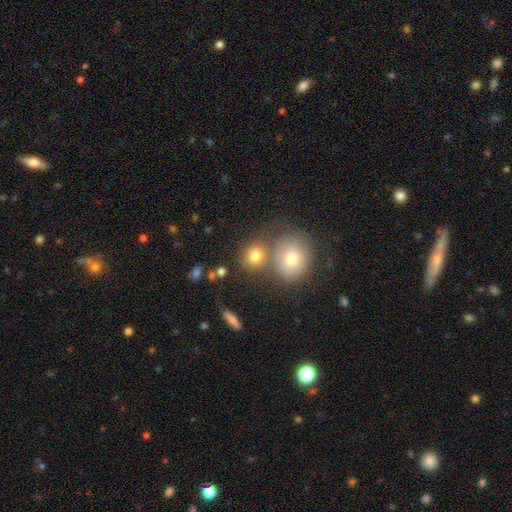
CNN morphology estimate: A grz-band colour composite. It shows a smooth galaxy with no disk features (78%) that is round (78%). Merging: none (54%).